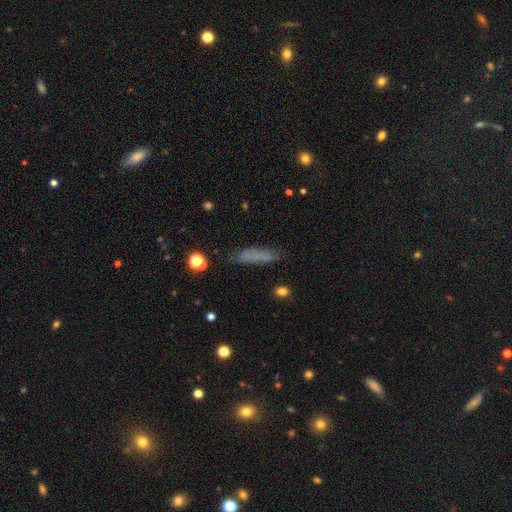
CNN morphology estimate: This is likely a smooth galaxy (68%). How rounded: likely cigar-shaped (74%). Merging: likely none (74%).